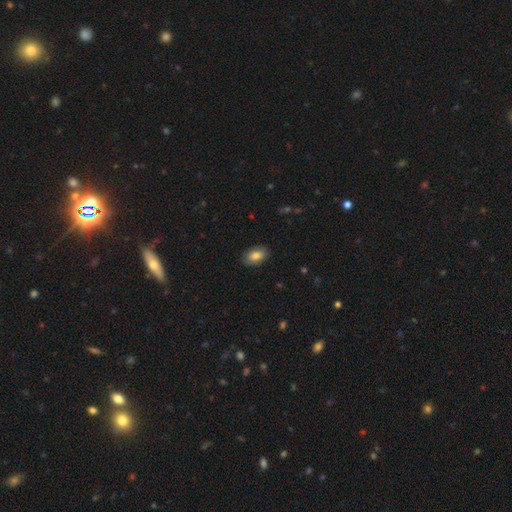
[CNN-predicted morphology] Smooth or featured?
  - smooth: 83% *
  - featured or disk: 10%
  - star or artifact: 7%
How rounded?
  - in between: 91% *
  - round: 7%
  - cigar-shaped: 2%
Merging?
  - none: 87% *
  - minor disturbance: 10%
  - major disturbance: 2%
  - merger: 1%